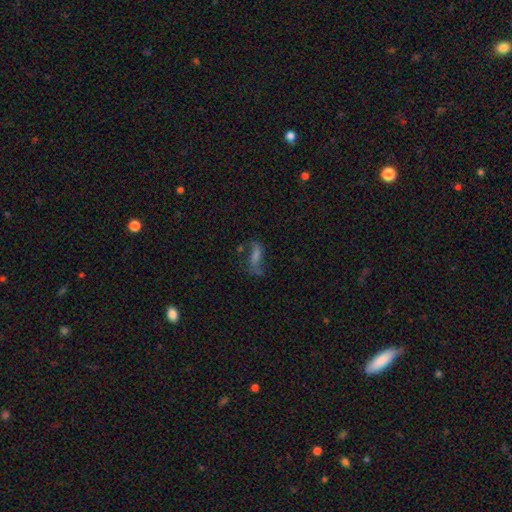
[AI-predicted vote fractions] Smooth or featured?
  - featured or disk: 46% *
  - smooth: 33%
  - star or artifact: 21%
Merging?
  - none: 51% *
  - major disturbance: 22%
  - minor disturbance: 21%
  - merger: 6%